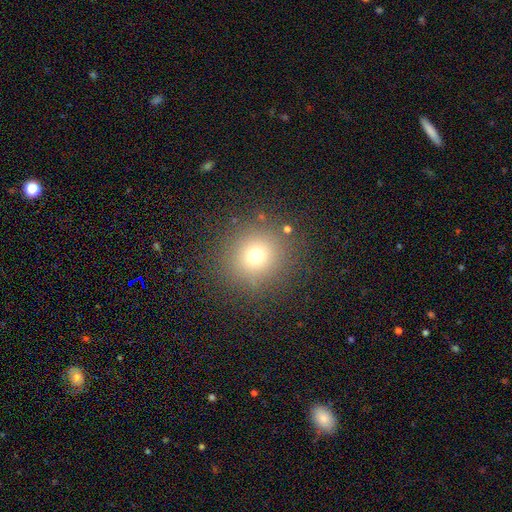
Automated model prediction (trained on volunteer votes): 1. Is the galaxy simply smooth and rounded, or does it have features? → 70% smooth, 19% star or artifact, 10% featured or disk.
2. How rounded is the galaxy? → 91% round, 8% in between, 1% cigar-shaped.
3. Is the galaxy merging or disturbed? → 87% none, 7% minor disturbance, 4% major disturbance, 2% merger.